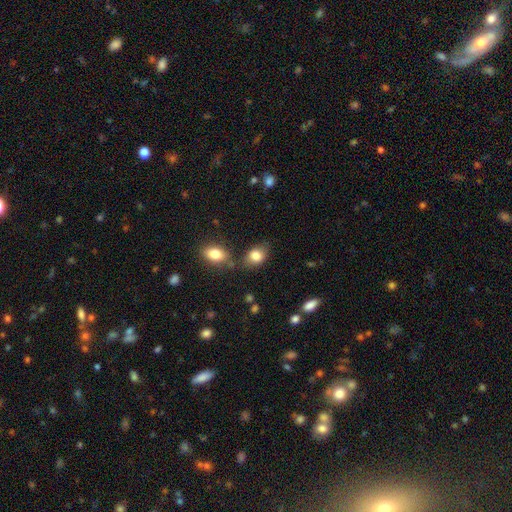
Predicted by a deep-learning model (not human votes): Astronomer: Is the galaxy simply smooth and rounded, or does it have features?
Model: smooth — 83%.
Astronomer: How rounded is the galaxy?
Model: in between — 69%.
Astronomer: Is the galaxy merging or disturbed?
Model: none — 66%.